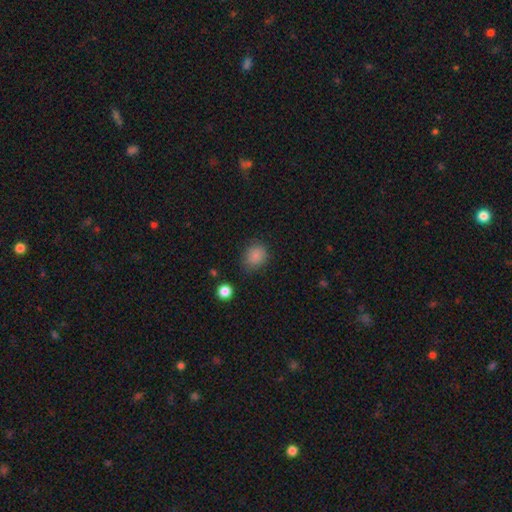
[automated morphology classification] The model was most divided on "how rounded": round: 67%, in between: 32%, cigar-shaped: 1%. More confident: smooth or featured — smooth (85%); merging — none (79%).